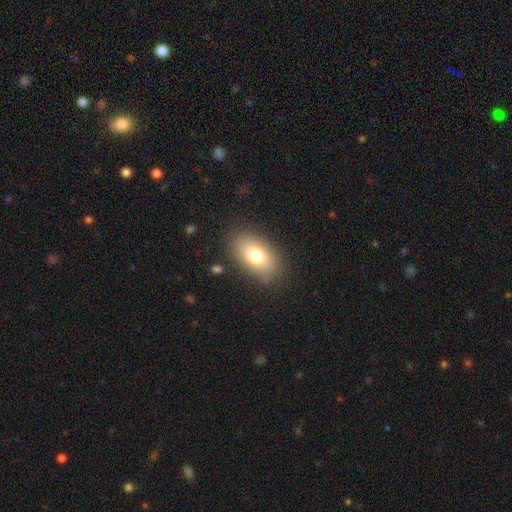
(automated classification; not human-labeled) Overall: smooth (77%). How rounded: in between (91%). Merging: none (84%).